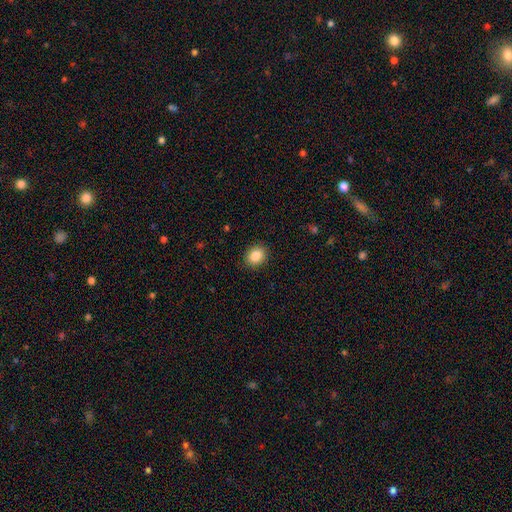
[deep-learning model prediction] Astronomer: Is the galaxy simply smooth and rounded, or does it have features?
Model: smooth — 87%.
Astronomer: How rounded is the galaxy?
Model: round — 52% (runner-up: in between, 47%).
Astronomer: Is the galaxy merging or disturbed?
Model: none — 90%.